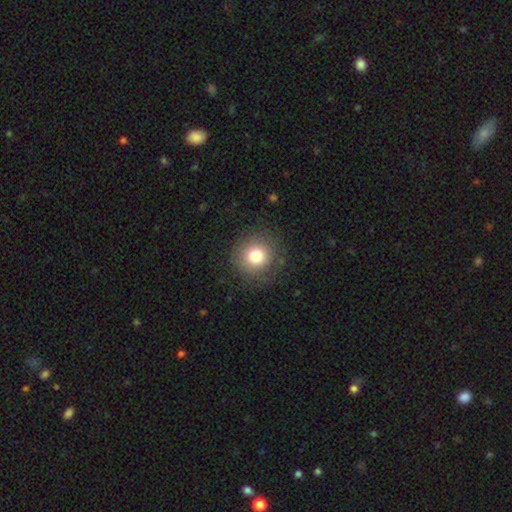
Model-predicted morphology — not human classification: Smooth or featured: smooth — 78% (star or artifact — 11%)
How rounded: round — 94% (in between — 5%)
Merging: none — 85% (minor disturbance — 9%)